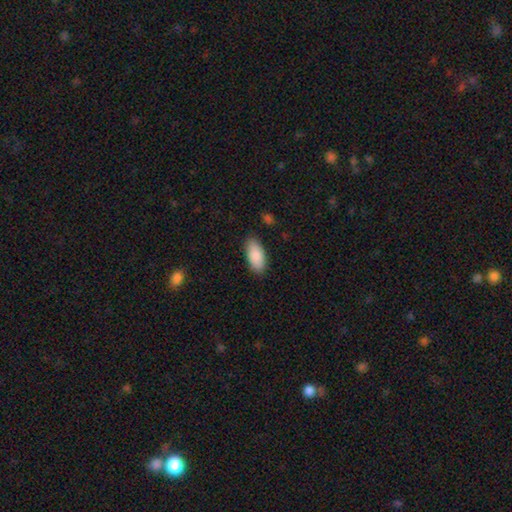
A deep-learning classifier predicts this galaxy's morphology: Q: Smooth or featured?
A: smooth (89%); runner-up: star or artifact (6%)
Q: How rounded?
A: in between (90%); runner-up: cigar-shaped (8%)
Q: Merging?
A: none (85%); runner-up: minor disturbance (11%)